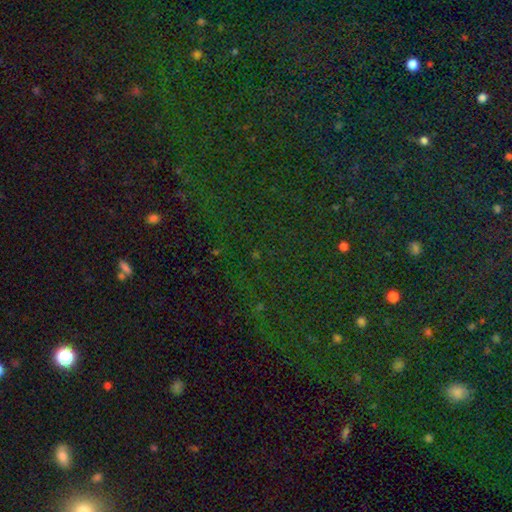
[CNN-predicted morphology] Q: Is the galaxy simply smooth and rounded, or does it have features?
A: star or artifact — 79%.